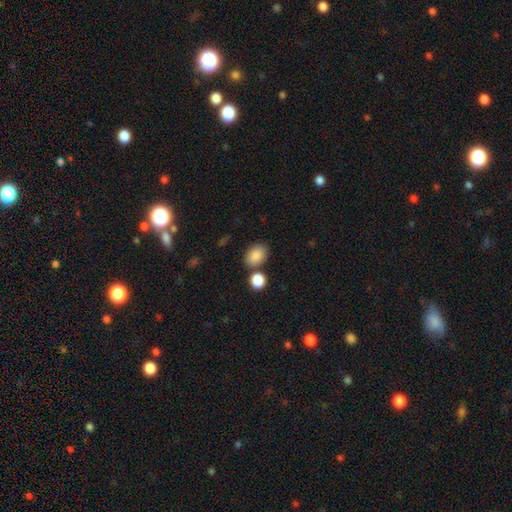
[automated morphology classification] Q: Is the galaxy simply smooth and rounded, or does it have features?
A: smooth — 86%.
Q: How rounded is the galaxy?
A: in between — 79%.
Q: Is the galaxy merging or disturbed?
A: none — 75%.